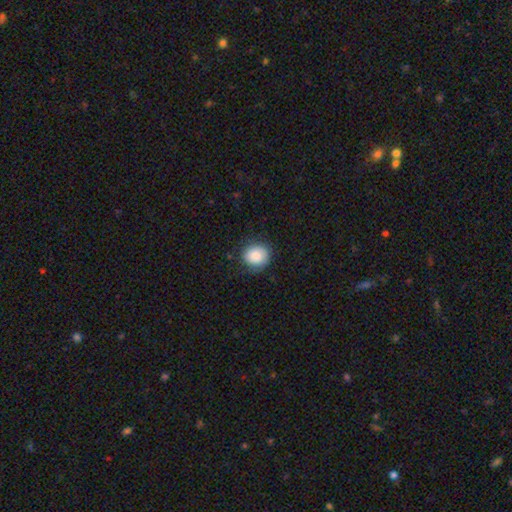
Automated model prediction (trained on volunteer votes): Smooth or featured? Predicted: smooth (p=0.85). How rounded? Predicted: round (p=0.82). Merging? Predicted: none (p=0.79).